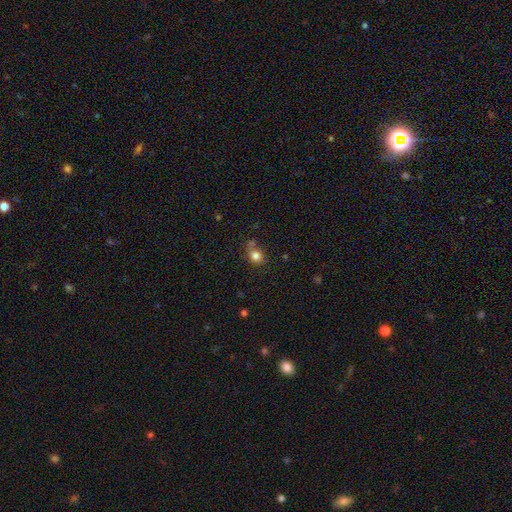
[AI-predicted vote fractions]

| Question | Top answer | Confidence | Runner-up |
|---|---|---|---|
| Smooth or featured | smooth | 81% | star or artifact (12%) |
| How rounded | round | 73% | in between (26%) |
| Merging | none | 60% | minor disturbance (18%) |